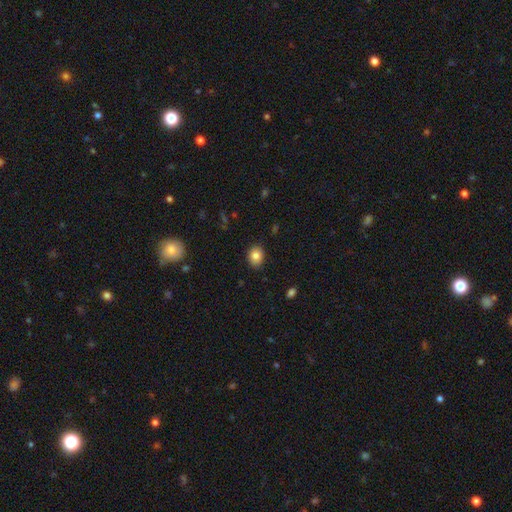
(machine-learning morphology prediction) The model was most divided on "how rounded": in between: 52%, round: 47%, cigar-shaped: 1%. More confident: merging — none (88%); smooth or featured — smooth (83%).